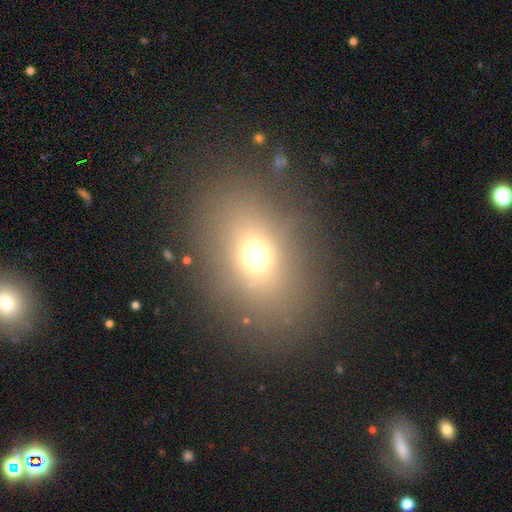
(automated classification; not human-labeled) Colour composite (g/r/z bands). It shows a smooth galaxy with no disk features (65%) that is in between round and cigar-shaped (59%). Merging: none (81%).